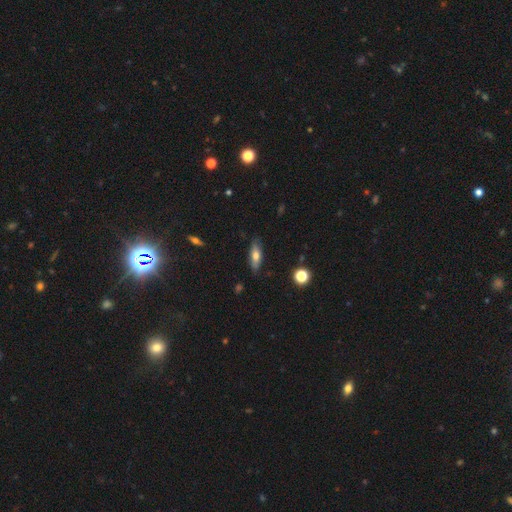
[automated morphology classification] Q: Smooth or featured?
A: smooth (64%); runner-up: featured or disk (29%)
Q: How rounded?
A: in between (53%); runner-up: cigar-shaped (43%)
Q: Merging?
A: none (84%); runner-up: minor disturbance (13%)